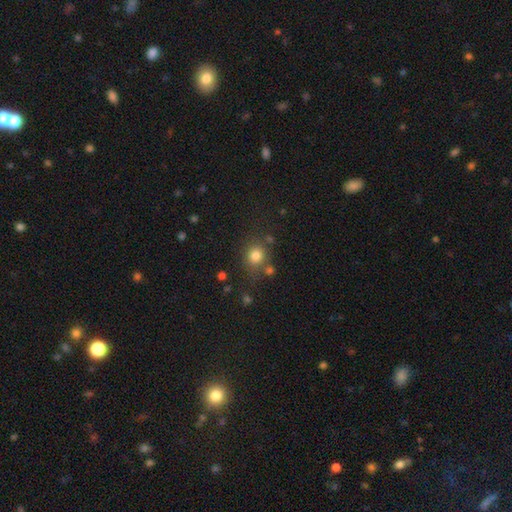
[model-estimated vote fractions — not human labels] Morphology: type=smooth (80%); roundness=round (80%); merging=none (73%).